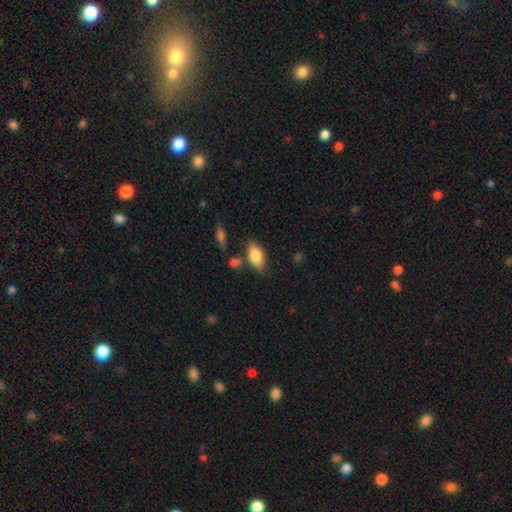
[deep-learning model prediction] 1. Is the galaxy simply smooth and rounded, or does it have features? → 80% smooth, 13% featured or disk, 7% star or artifact.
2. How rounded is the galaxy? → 89% in between, 6% round, 5% cigar-shaped.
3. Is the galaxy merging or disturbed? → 69% none, 18% minor disturbance, 8% merger, 5% major disturbance.